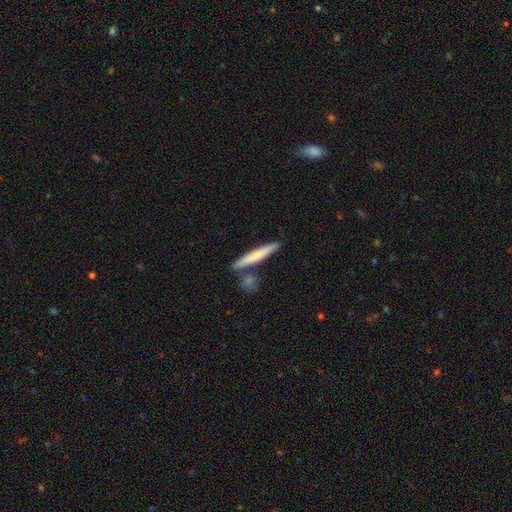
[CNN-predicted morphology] This appears to be a smooth galaxy with no disk features (64%) that is cigar-shaped (94%). Merging: none (80%).